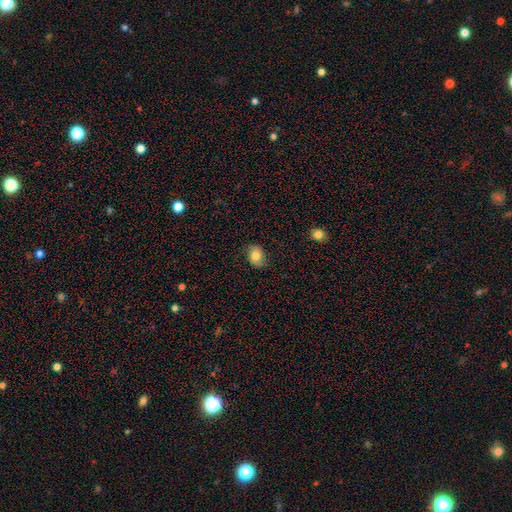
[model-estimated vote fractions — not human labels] Smooth or featured?
  - smooth: 73% *
  - featured or disk: 18%
  - star or artifact: 8%
How rounded?
  - in between: 56% *
  - round: 43%
  - cigar-shaped: 1%
Merging?
  - none: 79% *
  - minor disturbance: 16%
  - major disturbance: 4%
  - merger: 1%